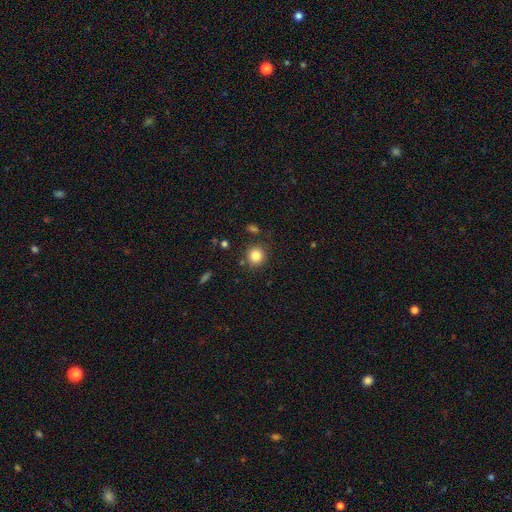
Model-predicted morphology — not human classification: smooth_or_featured: smooth (p=0.83) [alt: star or artifact p=0.11]
how_rounded: round (p=0.90) [alt: in between p=0.09]
merging: none (p=0.85) [alt: minor disturbance p=0.09]